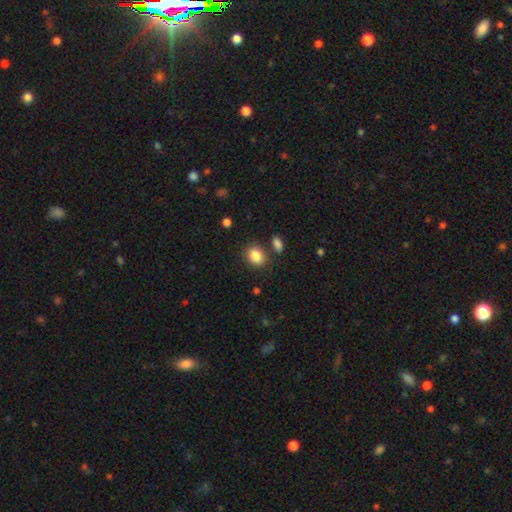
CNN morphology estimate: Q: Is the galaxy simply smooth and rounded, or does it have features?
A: smooth — 86%.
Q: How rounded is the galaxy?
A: in between — 54%.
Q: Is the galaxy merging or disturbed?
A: none — 77%.